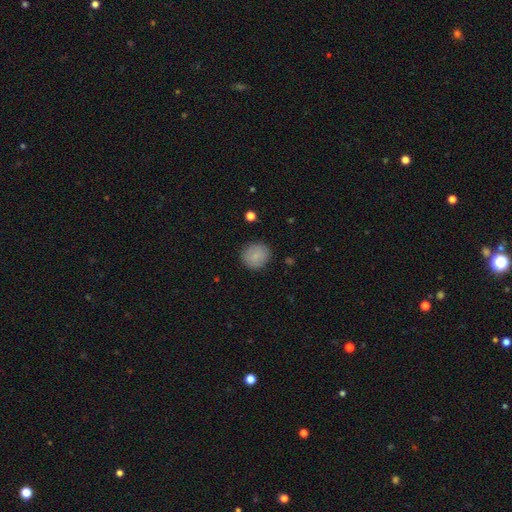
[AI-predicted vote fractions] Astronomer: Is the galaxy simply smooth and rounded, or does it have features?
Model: smooth — 83%.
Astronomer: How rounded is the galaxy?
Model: round — 85%.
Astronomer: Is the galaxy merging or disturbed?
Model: none — 86%.